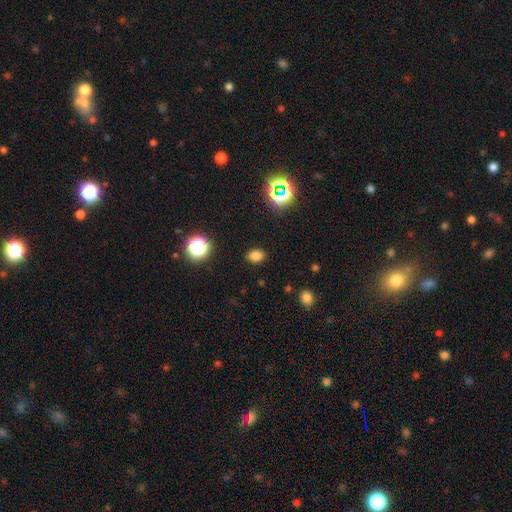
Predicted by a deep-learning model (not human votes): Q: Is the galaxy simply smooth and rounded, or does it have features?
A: smooth — 78%.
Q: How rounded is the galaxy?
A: in between — 66%.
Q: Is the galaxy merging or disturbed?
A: none — 87%.